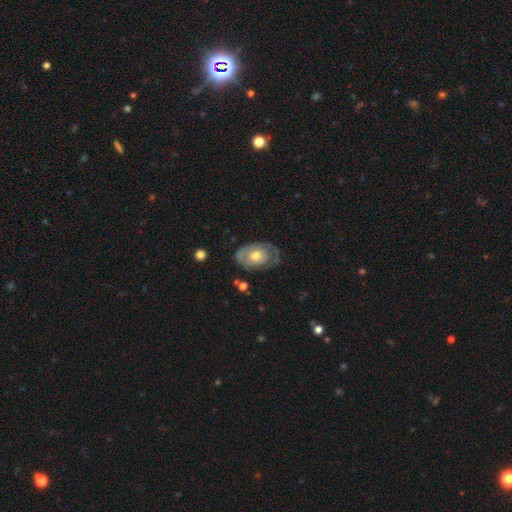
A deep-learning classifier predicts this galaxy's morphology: featured or disk 57%, smooth 37%, star or artifact 6%. Down the decision tree: edge-on disk — no (93%); bar — no (85%); spiral arms — yes (53%); bulge size — moderate (67%); merging — none (55%).